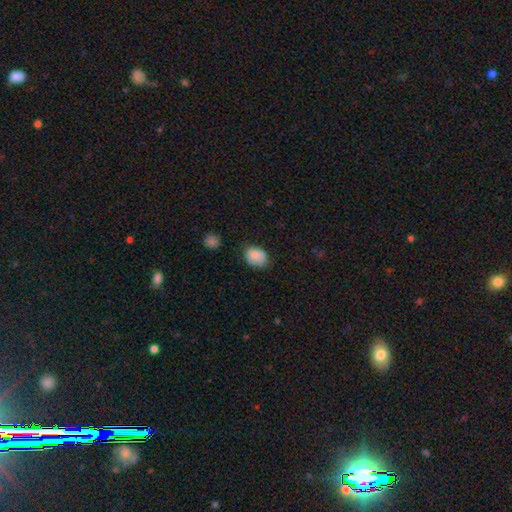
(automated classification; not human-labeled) Smooth or featured: smooth — 86% (star or artifact — 8%)
How rounded: in between — 70% (round — 29%)
Merging: none — 72% (minor disturbance — 22%)